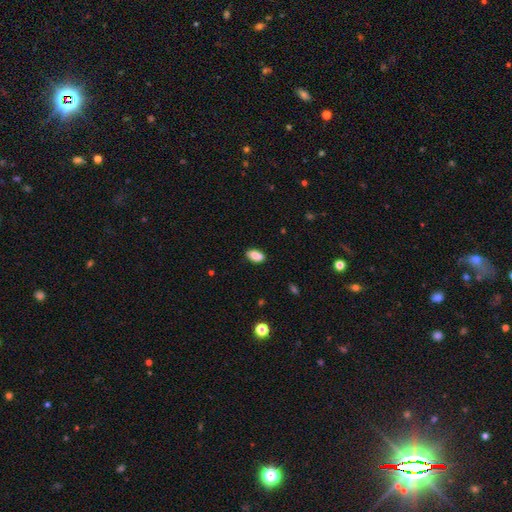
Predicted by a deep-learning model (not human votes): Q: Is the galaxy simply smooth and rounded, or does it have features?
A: smooth — 84%.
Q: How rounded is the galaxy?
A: in between — 90%.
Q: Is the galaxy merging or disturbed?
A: none — 76%.